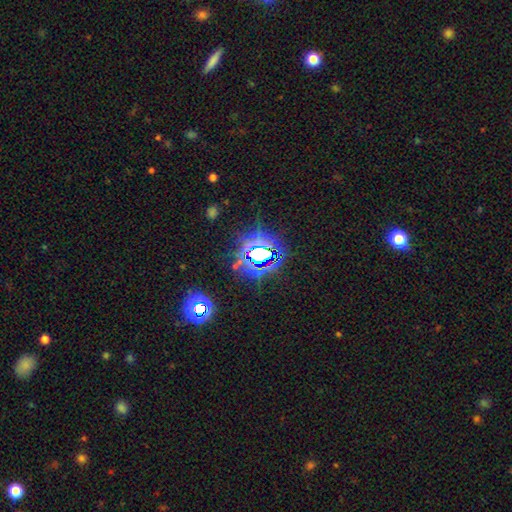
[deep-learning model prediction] A star or artifact, not a galaxy (81%).